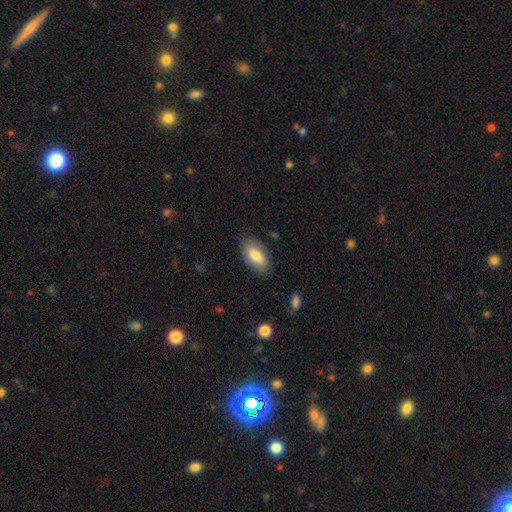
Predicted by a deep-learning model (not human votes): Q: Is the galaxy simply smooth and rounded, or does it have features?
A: smooth — 78%.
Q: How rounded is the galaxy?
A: in between — 91%.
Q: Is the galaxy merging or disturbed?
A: none — 81%.